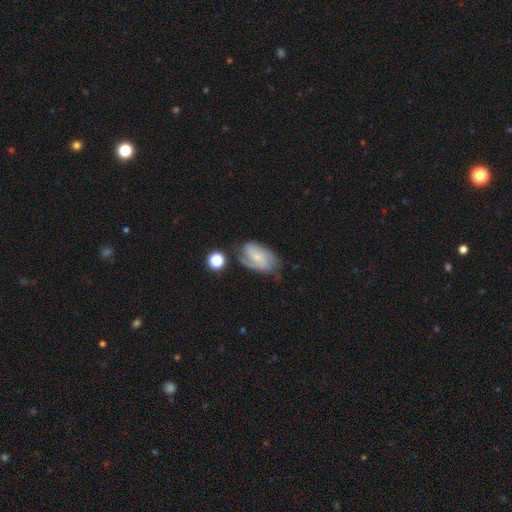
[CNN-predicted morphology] smooth-or-featured: featured or disk: 62% | smooth: 29% | star or artifact: 8%
  disk-edge-on: no: 96% | yes: 4%
    bar: no: 62% | weak: 32% | strong: 6%
    has-spiral-arms: yes: 89% | no: 11%
      spiral-winding: tight: 42% | medium: 41% | loose: 17%
      spiral-arm-count: 2: 45% | can't tell: 28% | 3: 13% | 1: 10% | 4: 3% | more than 4: 2%
    bulge-size: small: 63% | moderate: 17% | none: 16% | large: 2% | dominant: 1%
  merging: none: 54% | minor disturbance: 27% | major disturbance: 14% | merger: 5%